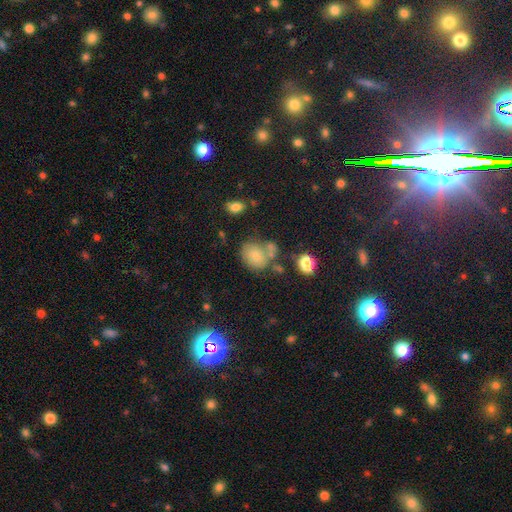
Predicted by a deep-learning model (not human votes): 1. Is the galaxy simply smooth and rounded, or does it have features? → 74% smooth, 15% featured or disk, 11% star or artifact.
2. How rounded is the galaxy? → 51% in between, 48% round, 1% cigar-shaped.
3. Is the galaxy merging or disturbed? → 47% none, 26% merger, 18% minor disturbance, 9% major disturbance.